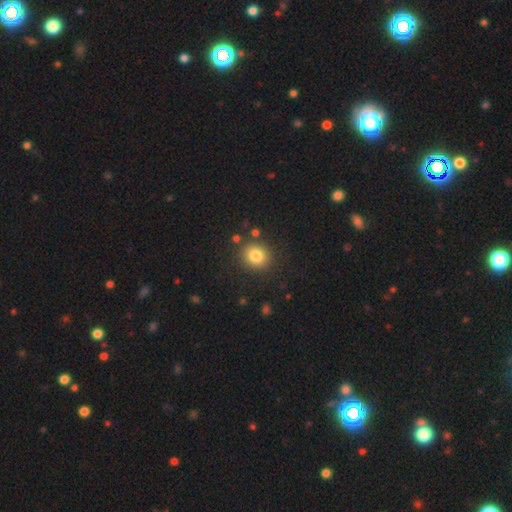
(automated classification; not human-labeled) Smooth or featured: smooth — 81% (star or artifact — 12%)
How rounded: round — 79% (in between — 20%)
Merging: none — 87% (minor disturbance — 8%)